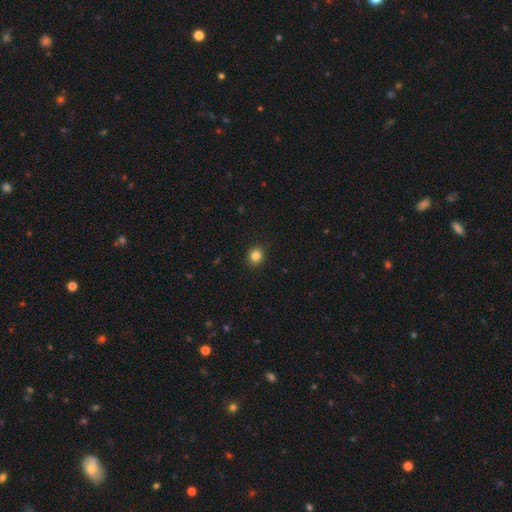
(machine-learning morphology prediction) smooth 85%, star or artifact 11%, featured or disk 4%. Down the decision tree: how rounded — round (74%); merging — none (91%).